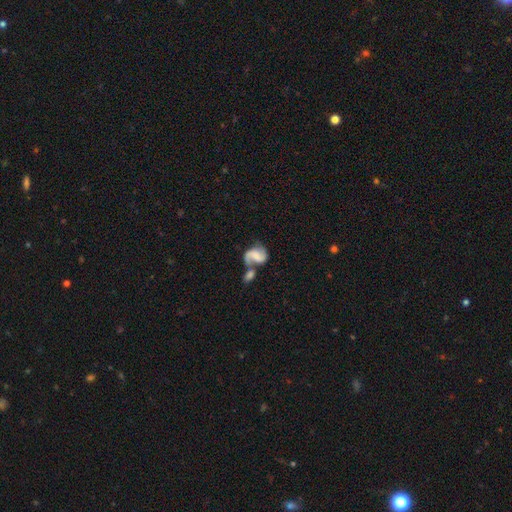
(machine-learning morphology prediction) type=featured or disk (70%); edge-on=no (98%); bar=no (47%); spiral arms=yes (91%); winding=loose (47%); arm count=2 (81%); bulge=none (46%); merging=merger (52%).